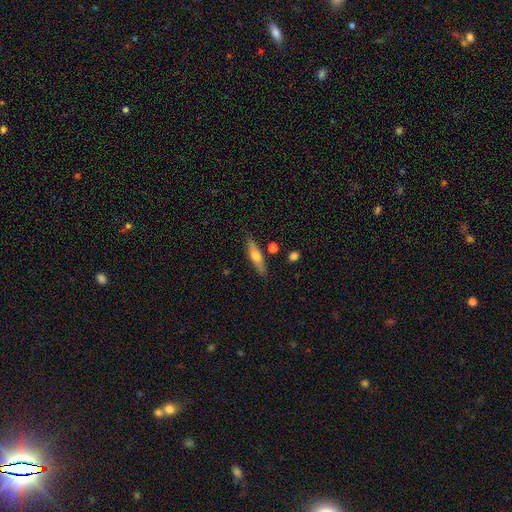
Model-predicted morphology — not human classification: Overall: smooth (52%; featured or disk 41%). How rounded: cigar-shaped (75%). Merging: none (83%).